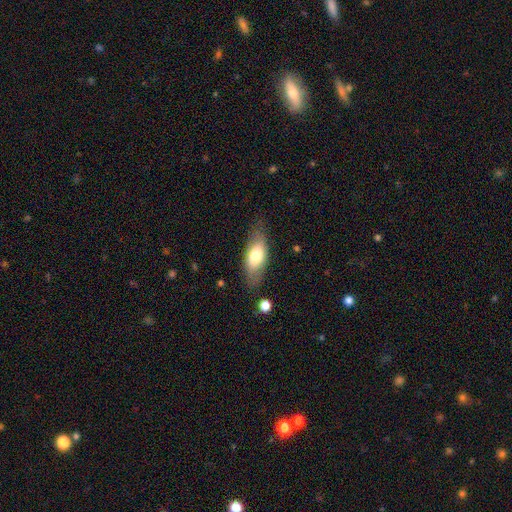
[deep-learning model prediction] Smooth or featured? Predicted: smooth (p=0.68). How rounded? Predicted: in between (p=0.81). Merging? Predicted: none (p=0.75).